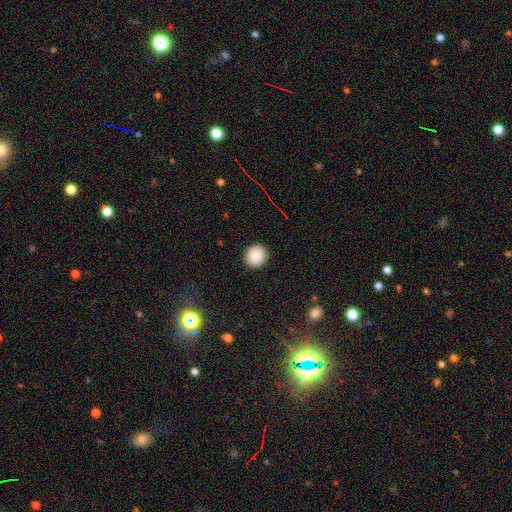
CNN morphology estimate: smooth_or_featured: smooth (p=0.88) [alt: star or artifact p=0.08]
how_rounded: round (p=0.88) [alt: in between p=0.12]
merging: none (p=0.92) [alt: minor disturbance p=0.05]